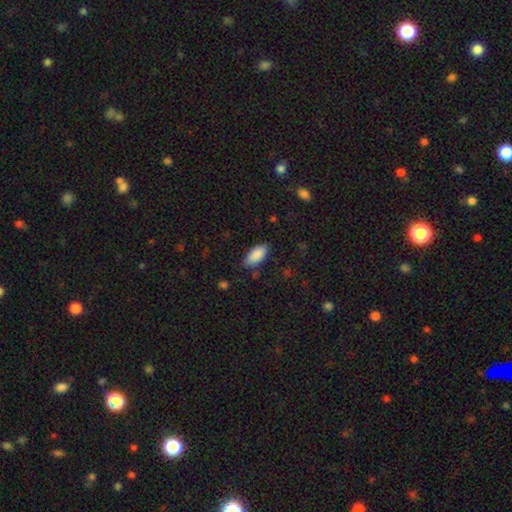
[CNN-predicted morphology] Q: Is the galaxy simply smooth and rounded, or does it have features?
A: smooth — 89%.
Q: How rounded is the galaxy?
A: in between — 91%.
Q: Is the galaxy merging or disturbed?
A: none — 83%.